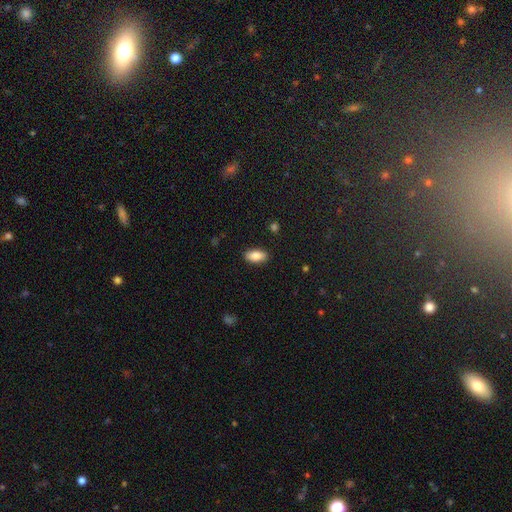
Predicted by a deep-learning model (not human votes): Smooth or featured? smooth (86%)
How rounded? in between (92%)
Merging? none (89%)